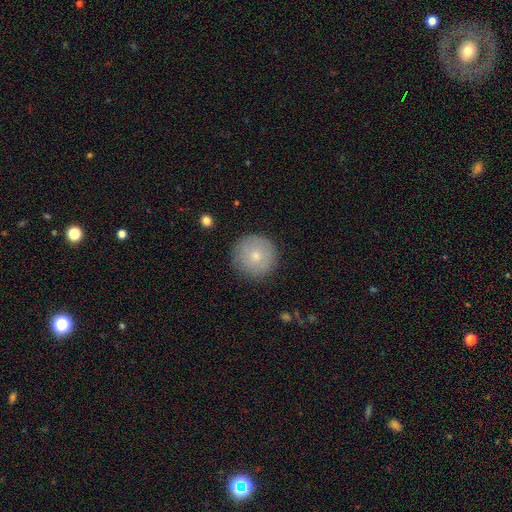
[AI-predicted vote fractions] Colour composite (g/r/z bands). It shows a smooth galaxy with no disk features (74%) that is round (96%). Merging: none (87%).